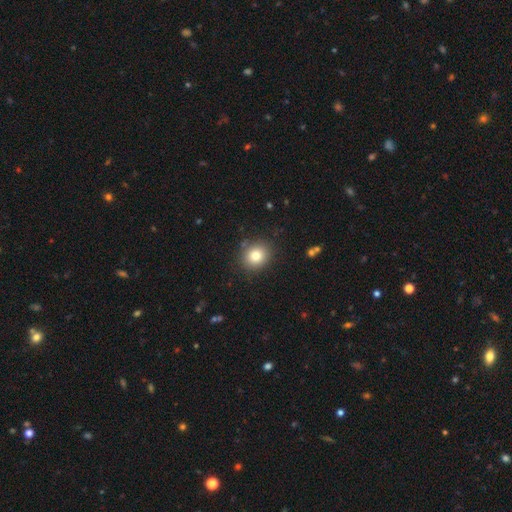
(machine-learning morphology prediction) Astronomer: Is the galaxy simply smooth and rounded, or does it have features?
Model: smooth — 80%.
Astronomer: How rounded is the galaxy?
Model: round — 76%.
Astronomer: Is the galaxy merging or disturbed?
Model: none — 87%.